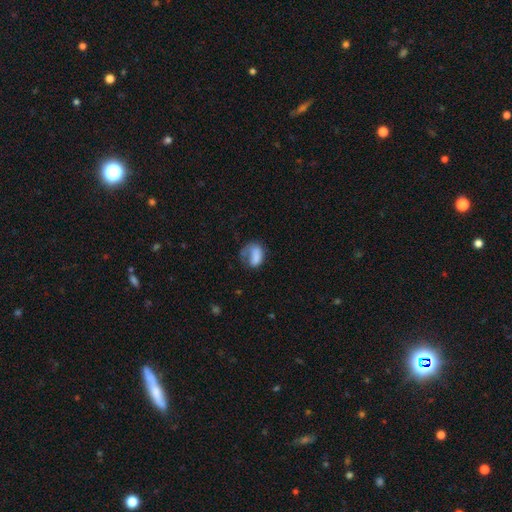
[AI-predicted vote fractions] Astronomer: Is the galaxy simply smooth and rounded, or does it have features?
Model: smooth — 69%.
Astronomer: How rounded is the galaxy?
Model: in between — 78%.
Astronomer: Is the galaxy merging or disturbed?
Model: major disturbance — 41% (runner-up: none, 29%).